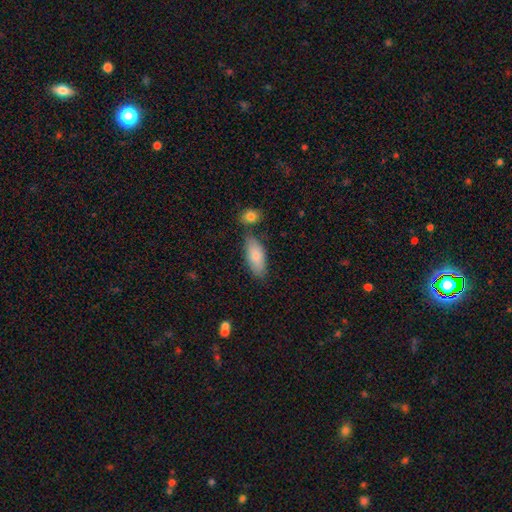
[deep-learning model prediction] Q: Smooth or featured?
A: smooth (80%); runner-up: featured or disk (14%)
Q: How rounded?
A: in between (83%); runner-up: cigar-shaped (15%)
Q: Merging?
A: none (72%); runner-up: minor disturbance (16%)